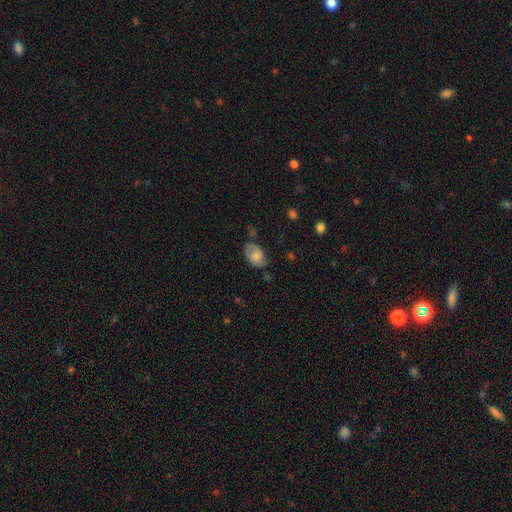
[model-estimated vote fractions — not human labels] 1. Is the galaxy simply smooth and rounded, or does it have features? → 63% smooth, 29% featured or disk, 8% star or artifact.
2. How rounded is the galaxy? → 86% in between, 13% round, 1% cigar-shaped.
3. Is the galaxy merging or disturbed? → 60% none, 28% minor disturbance, 9% major disturbance, 3% merger.